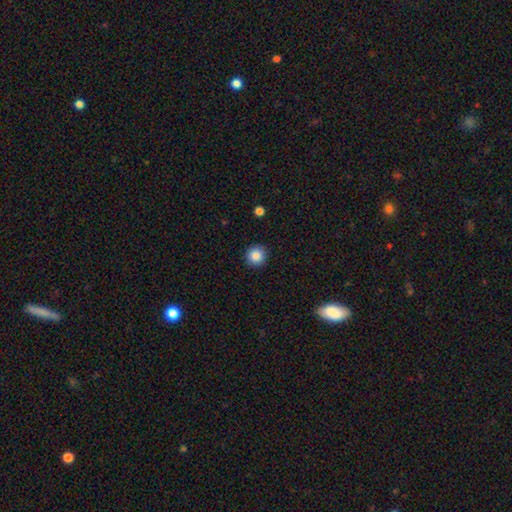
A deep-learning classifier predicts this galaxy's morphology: Q: Smooth or featured?
A: smooth (86%); runner-up: star or artifact (10%)
Q: How rounded?
A: round (94%); runner-up: in between (5%)
Q: Merging?
A: none (92%); runner-up: minor disturbance (5%)